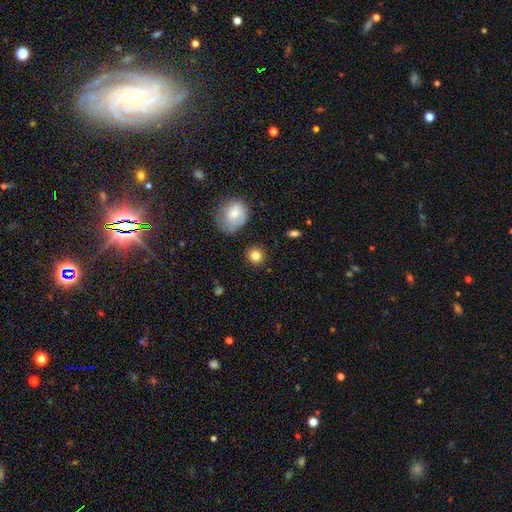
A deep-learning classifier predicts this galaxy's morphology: A smooth galaxy with no disk features (82%) that is round (90%).

Vote fractions:
- Smooth or featured? smooth: 82% / star or artifact: 10% / featured or disk: 8%
- How rounded? round: 90% / in between: 9% / cigar-shaped: 1%
- Merging? none: 85% / minor disturbance: 9% / major disturbance: 3% / merger: 2%